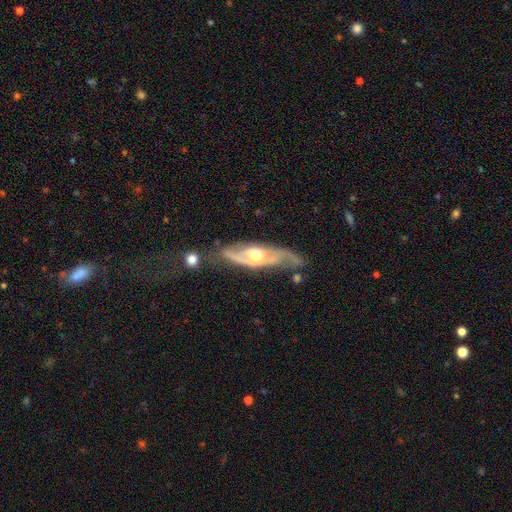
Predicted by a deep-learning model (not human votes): Morphology: type=featured or disk (79%); edge-on=no (73%); bar=no (65%); spiral arms=yes (80%); bulge=moderate (71%); merging=none (54%).